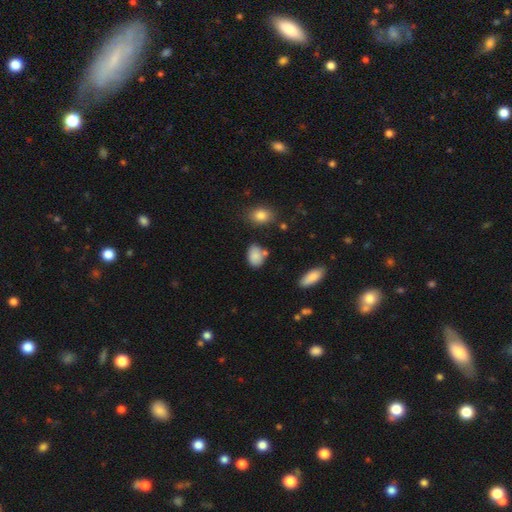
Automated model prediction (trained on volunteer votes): Morphology: type=smooth (84%); roundness=in between (80%); merging=none (64%).